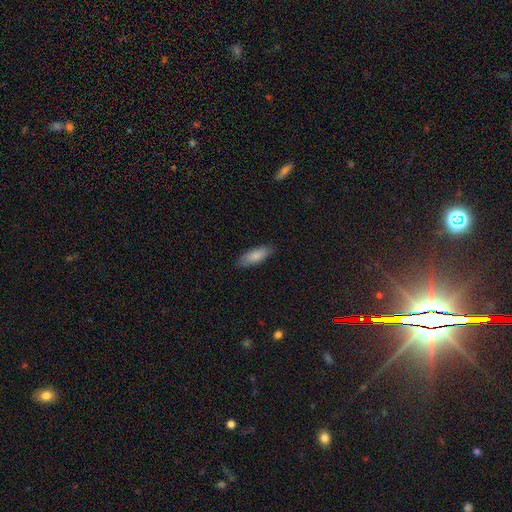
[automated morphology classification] type=smooth (84%); roundness=in between (65%); merging=none (85%).